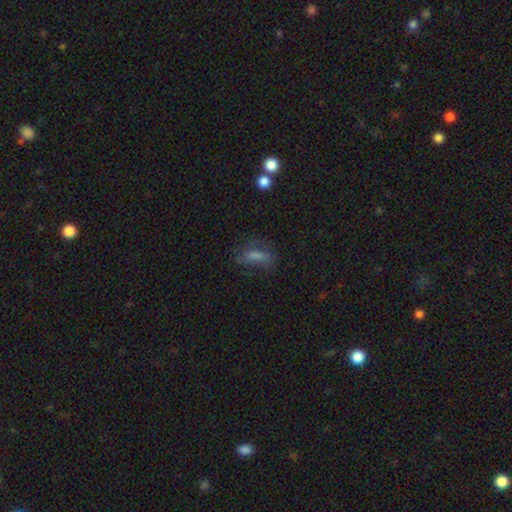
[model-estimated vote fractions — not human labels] smooth_or_featured: smooth (p=0.56) [alt: featured or disk p=0.25]
how_rounded: in between (p=0.53) [alt: cigar-shaped p=0.39]
merging: none (p=0.56) [alt: minor disturbance p=0.23]